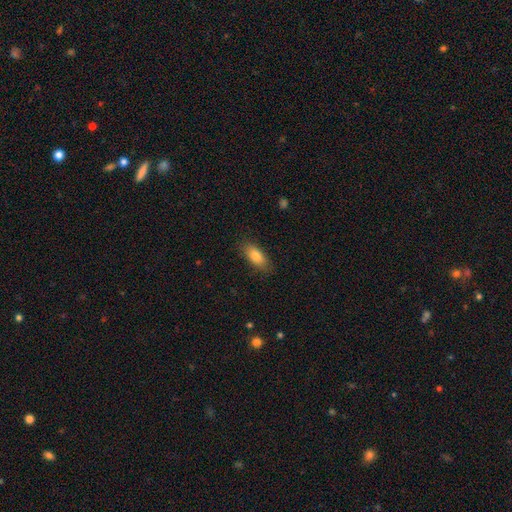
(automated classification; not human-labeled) This is clearly a smooth galaxy (82%). How rounded: clearly in between (82%). Merging: clearly none (85%).